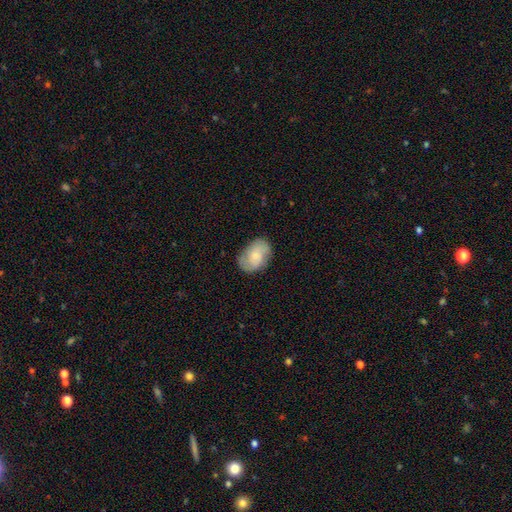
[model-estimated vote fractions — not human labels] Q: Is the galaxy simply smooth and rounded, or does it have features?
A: smooth — 47%.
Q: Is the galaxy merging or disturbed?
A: none — 77%.